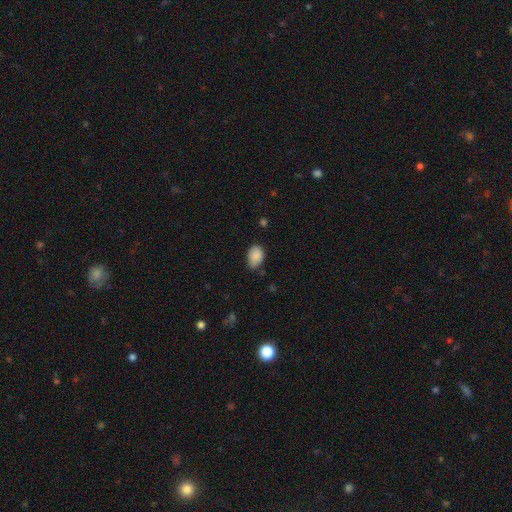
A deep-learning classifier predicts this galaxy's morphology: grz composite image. It shows a smooth galaxy with no disk features (88%) that is in between round and cigar-shaped (85%). Merging: none (69%).